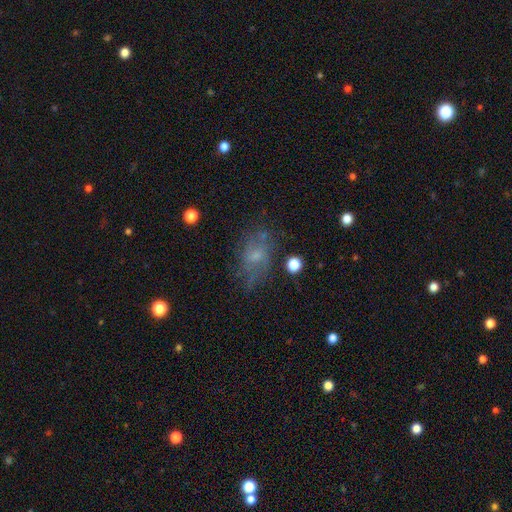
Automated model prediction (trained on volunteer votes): smooth_or_featured: smooth (p=0.44) [alt: featured or disk p=0.42]
merging: none (p=0.54) [alt: minor disturbance p=0.24]